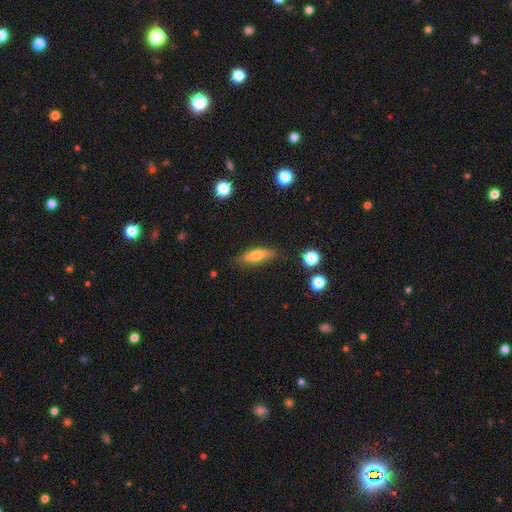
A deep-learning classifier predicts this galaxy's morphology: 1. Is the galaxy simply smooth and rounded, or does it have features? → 66% smooth, 26% featured or disk, 8% star or artifact.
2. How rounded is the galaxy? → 51% cigar-shaped, 46% in between, 3% round.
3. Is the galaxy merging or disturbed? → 82% none, 13% minor disturbance, 3% major disturbance, 2% merger.